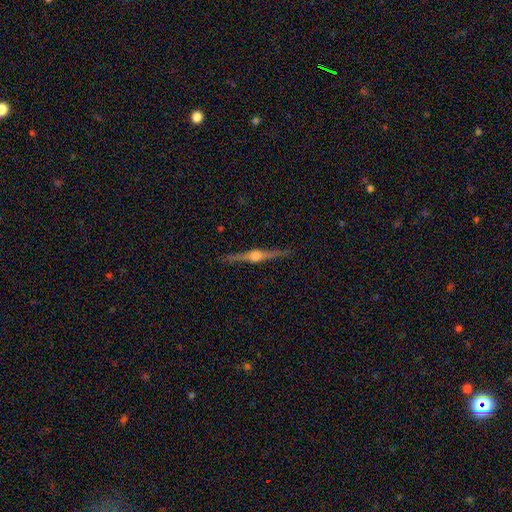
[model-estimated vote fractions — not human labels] smooth-or-featured: featured or disk: 86% | smooth: 9% | star or artifact: 6%
  disk-edge-on: yes: 98% | no: 2%
    edge-on-bulge: rounded: 93% | boxy: 5% | none: 2%
  merging: none: 91% | minor disturbance: 7% | major disturbance: 1% | merger: 1%